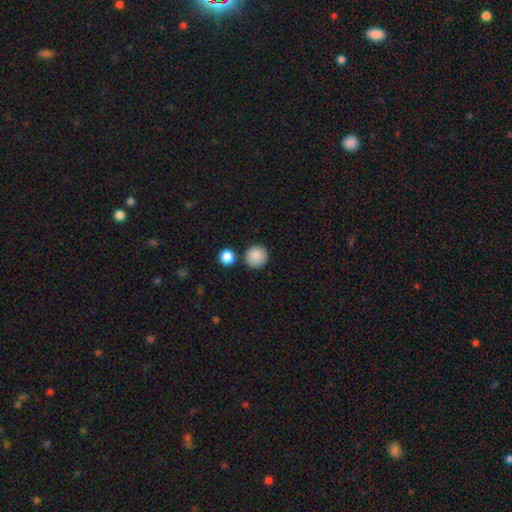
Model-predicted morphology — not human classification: Q: Smooth or featured?
A: smooth (88%); runner-up: star or artifact (8%)
Q: How rounded?
A: round (94%); runner-up: in between (5%)
Q: Merging?
A: none (81%); runner-up: minor disturbance (9%)